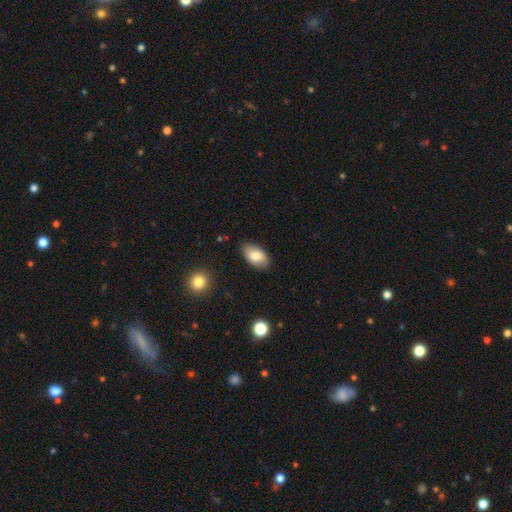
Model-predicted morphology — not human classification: smooth-or-featured: smooth: 79% | featured or disk: 14% | star or artifact: 7%
  how-rounded: in between: 94% | round: 4% | cigar-shaped: 2%
  merging: none: 84% | minor disturbance: 13% | major disturbance: 2% | merger: 1%